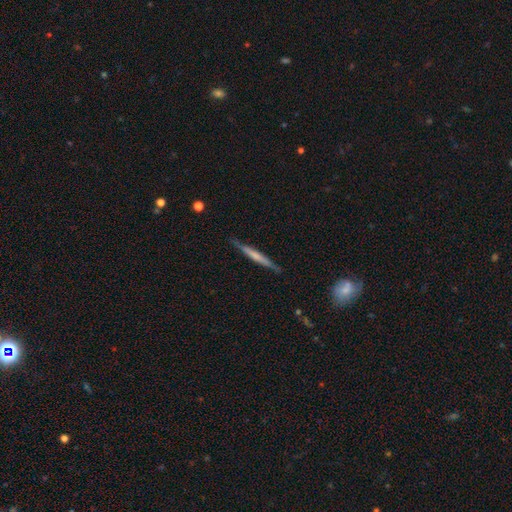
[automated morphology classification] Q: Smooth or featured?
A: featured or disk (51%); runner-up: smooth (43%)
Q: Edge-on disk?
A: yes (96%); runner-up: no (4%)
Q: Merging?
A: none (84%); runner-up: minor disturbance (12%)